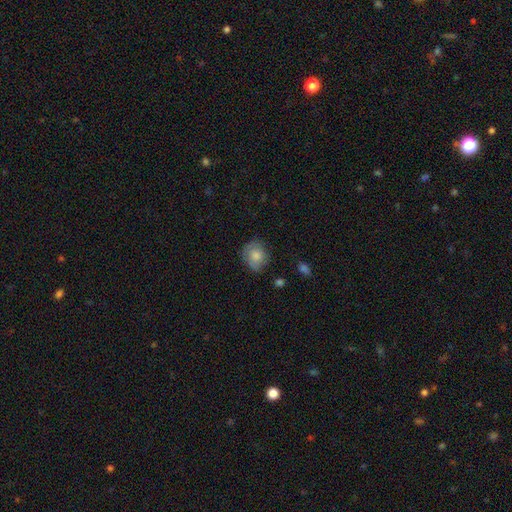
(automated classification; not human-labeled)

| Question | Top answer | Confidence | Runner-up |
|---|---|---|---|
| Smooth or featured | smooth | 78% | featured or disk (14%) |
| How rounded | round | 70% | in between (29%) |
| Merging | none | 69% | minor disturbance (23%) |